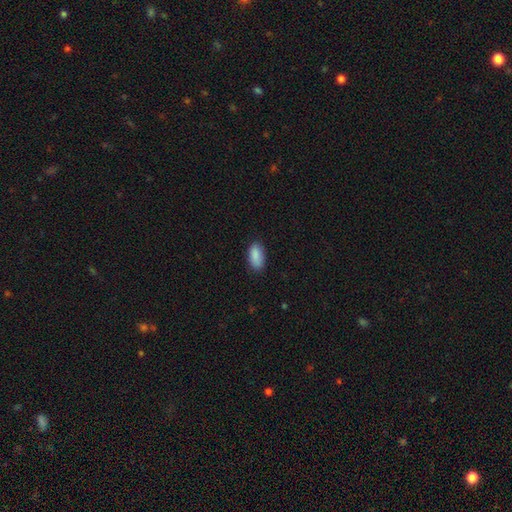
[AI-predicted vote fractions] Q: Smooth or featured?
A: smooth (90%); runner-up: star or artifact (7%)
Q: How rounded?
A: in between (92%); runner-up: cigar-shaped (5%)
Q: Merging?
A: none (83%); runner-up: minor disturbance (14%)